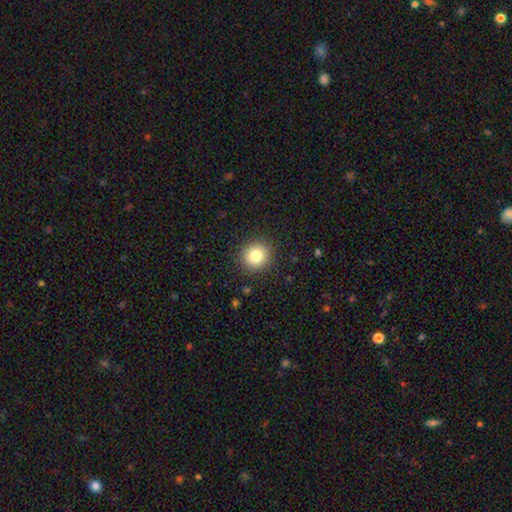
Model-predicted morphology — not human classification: smooth-or-featured: smooth: 80% | star or artifact: 11% | featured or disk: 8%
  how-rounded: round: 88% | in between: 11% | cigar-shaped: 1%
  merging: none: 90% | minor disturbance: 7% | major disturbance: 2% | merger: 1%